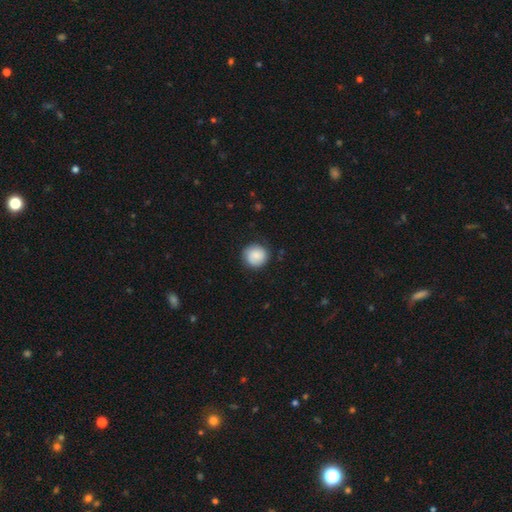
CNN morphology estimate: smooth_or_featured: smooth (p=0.81) [alt: featured or disk p=0.12]
how_rounded: round (p=0.90) [alt: in between p=0.09]
merging: none (p=0.83) [alt: minor disturbance p=0.13]